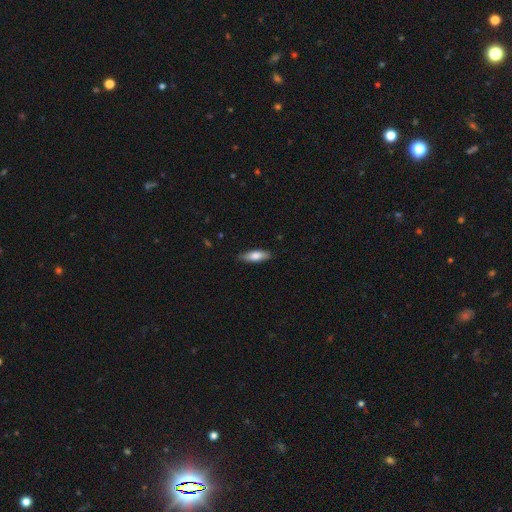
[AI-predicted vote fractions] Smooth or featured? Predicted: smooth (p=0.74). How rounded? Predicted: in between (p=0.55). Merging? Predicted: none (p=0.84).